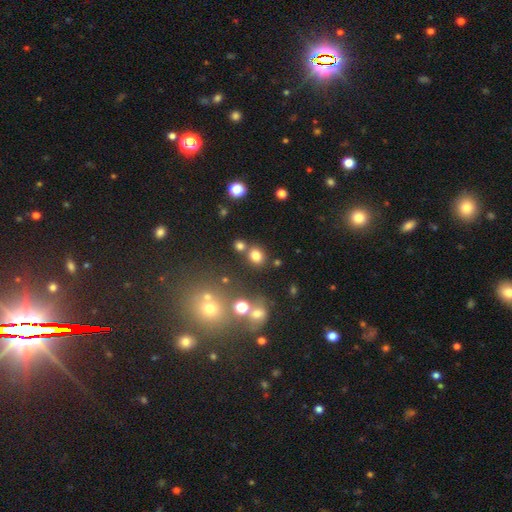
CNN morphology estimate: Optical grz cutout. It shows a smooth galaxy with no disk features (76%) that is round (56%). Merging: none (70%).